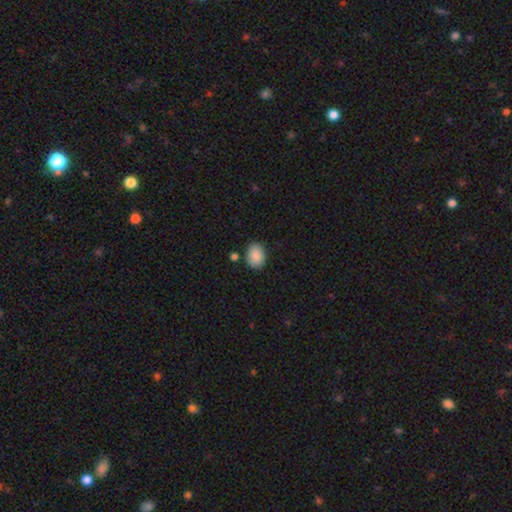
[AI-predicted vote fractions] A smooth galaxy with no disk features (88%) that is in between round and cigar-shaped (75%).

Vote fractions:
- Smooth or featured? smooth: 88% / star or artifact: 7% / featured or disk: 5%
- How rounded? in between: 75% / round: 24% / cigar-shaped: 1%
- Merging? none: 81% / minor disturbance: 12% / merger: 4% / major disturbance: 3%